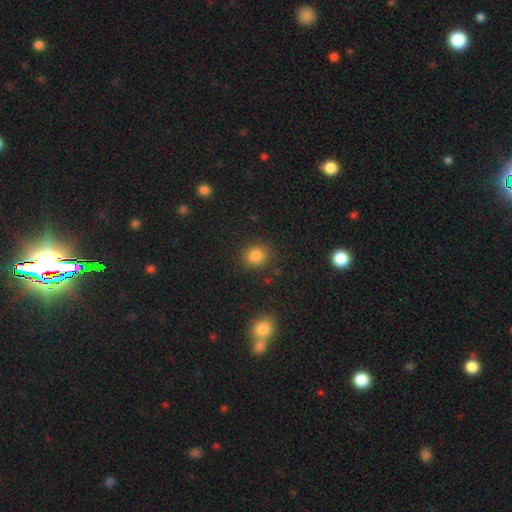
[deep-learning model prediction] The model was most divided on "how rounded": round: 77%, in between: 22%, cigar-shaped: 1%. More confident: merging — none (86%); smooth or featured — smooth (83%).